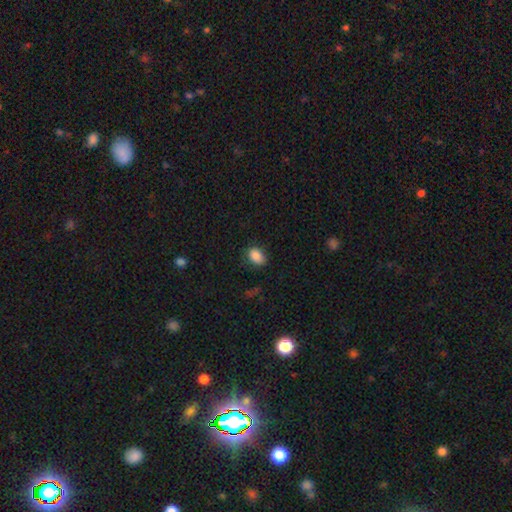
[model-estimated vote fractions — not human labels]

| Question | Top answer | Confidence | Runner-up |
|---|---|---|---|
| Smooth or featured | smooth | 87% | star or artifact (9%) |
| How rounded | in between | 80% | round (19%) |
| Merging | none | 73% | minor disturbance (20%) |